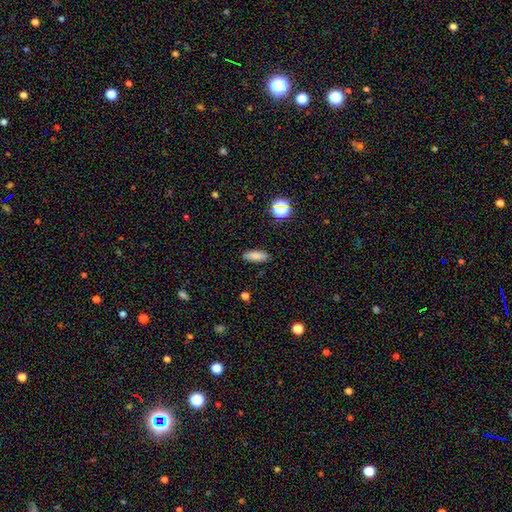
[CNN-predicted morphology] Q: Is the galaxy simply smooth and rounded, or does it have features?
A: smooth — 83%.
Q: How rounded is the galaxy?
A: in between — 72%.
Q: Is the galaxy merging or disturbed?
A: none — 89%.